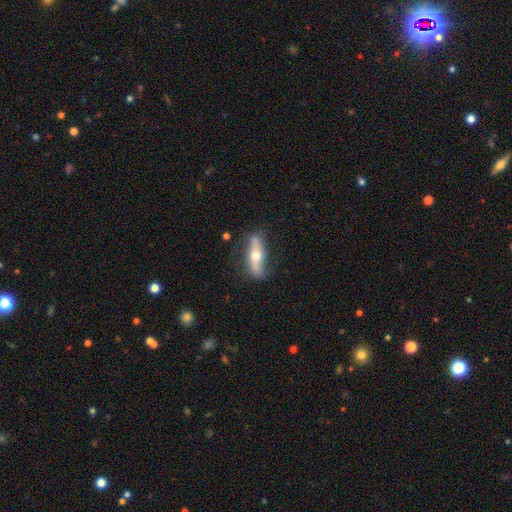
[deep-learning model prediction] Smooth or featured: featured or disk — 65% (smooth — 29%)
Edge-on disk: yes — 63% (no — 37%)
Merging: none — 78% (minor disturbance — 15%)